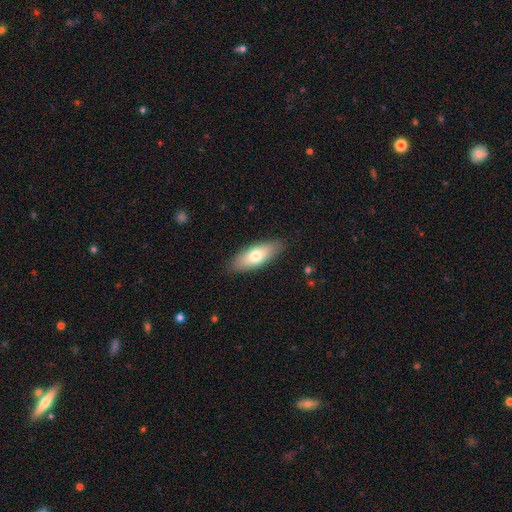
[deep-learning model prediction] smooth_or_featured: smooth (p=0.70) [alt: featured or disk p=0.24]
how_rounded: in between (p=0.72) [alt: cigar-shaped p=0.25]
merging: none (p=0.87) [alt: minor disturbance p=0.10]